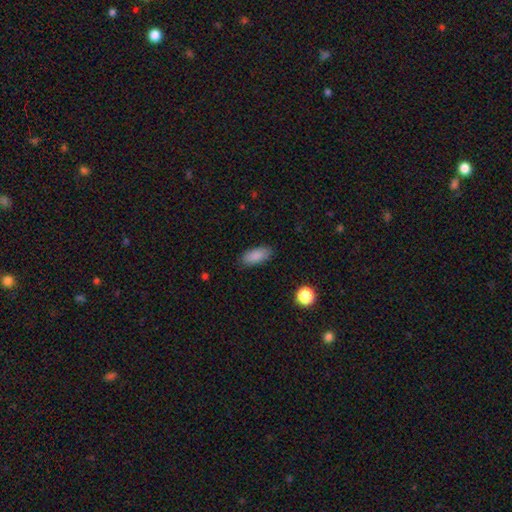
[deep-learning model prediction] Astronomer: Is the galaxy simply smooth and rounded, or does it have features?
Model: smooth — 87%.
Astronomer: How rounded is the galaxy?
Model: in between — 86%.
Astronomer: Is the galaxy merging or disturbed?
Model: none — 86%.